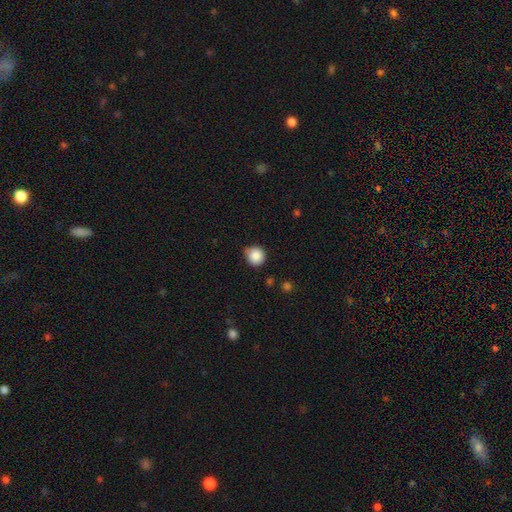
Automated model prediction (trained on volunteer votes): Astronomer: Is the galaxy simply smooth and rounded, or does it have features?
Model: smooth — 87%.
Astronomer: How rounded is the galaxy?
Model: round — 92%.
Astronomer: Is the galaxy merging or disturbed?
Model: none — 73%.